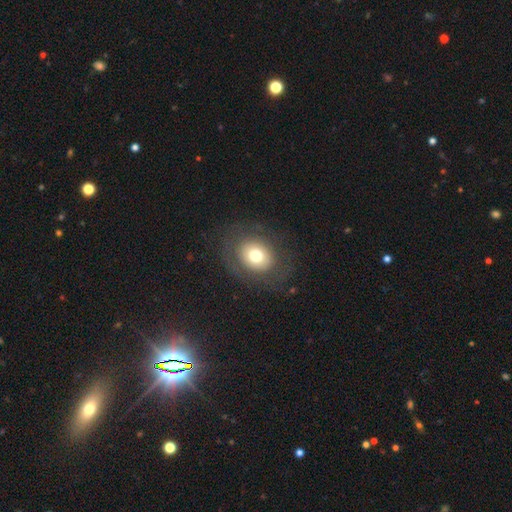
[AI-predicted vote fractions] smooth-or-featured: smooth: 68% | featured or disk: 22% | star or artifact: 10%
  how-rounded: round: 53% | in between: 46% | cigar-shaped: 1%
  merging: none: 79% | minor disturbance: 12% | major disturbance: 8% | merger: 1%